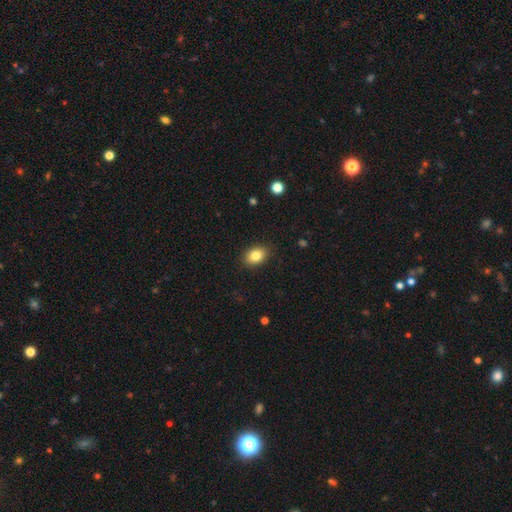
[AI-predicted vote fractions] This appears to be a smooth galaxy with no disk features (84%) that is in between round and cigar-shaped (71%). Merging: none (88%).